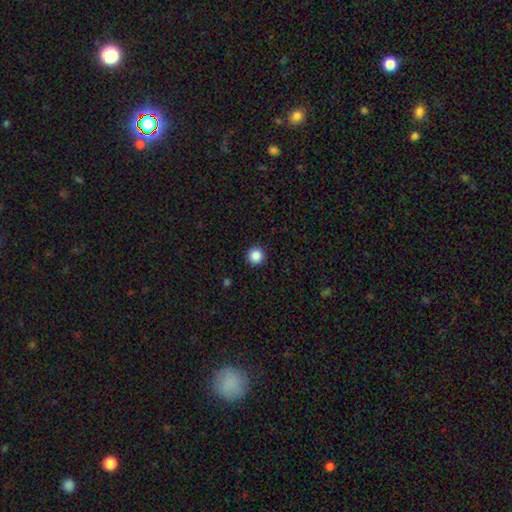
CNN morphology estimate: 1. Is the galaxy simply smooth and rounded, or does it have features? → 87% smooth, 10% star or artifact, 3% featured or disk.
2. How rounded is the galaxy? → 96% round, 3% in between, 1% cigar-shaped.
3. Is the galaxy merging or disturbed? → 93% none, 4% minor disturbance, 2% major disturbance, 1% merger.